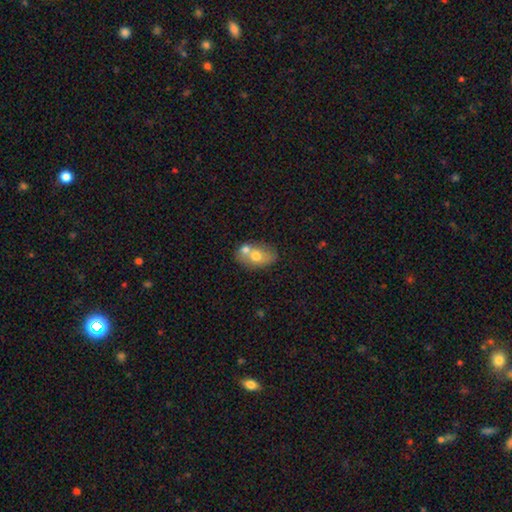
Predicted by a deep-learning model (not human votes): Smooth or featured?
  - smooth: 64% *
  - featured or disk: 28%
  - star or artifact: 8%
How rounded?
  - in between: 77% *
  - round: 22%
  - cigar-shaped: 2%
Merging?
  - merger: 47% *
  - none: 38%
  - minor disturbance: 11%
  - major disturbance: 4%